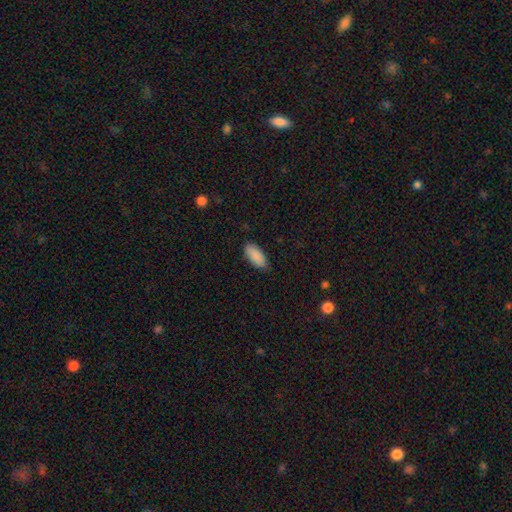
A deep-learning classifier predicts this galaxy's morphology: Q: Smooth or featured?
A: smooth (89%); runner-up: star or artifact (6%)
Q: How rounded?
A: in between (90%); runner-up: cigar-shaped (8%)
Q: Merging?
A: none (80%); runner-up: minor disturbance (17%)